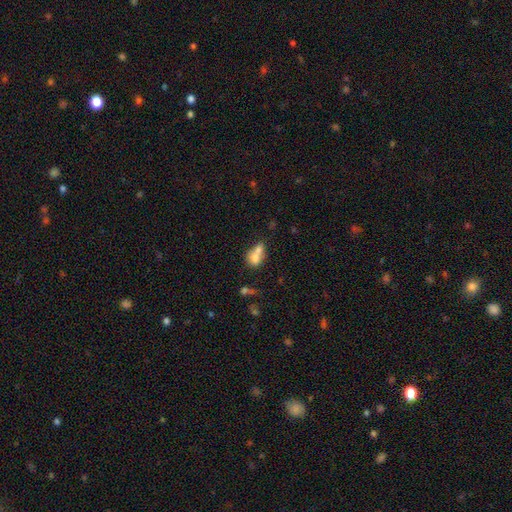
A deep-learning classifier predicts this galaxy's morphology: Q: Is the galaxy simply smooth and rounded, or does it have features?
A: smooth — 70%.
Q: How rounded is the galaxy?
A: in between — 53%.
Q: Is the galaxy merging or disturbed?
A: merger — 65%.